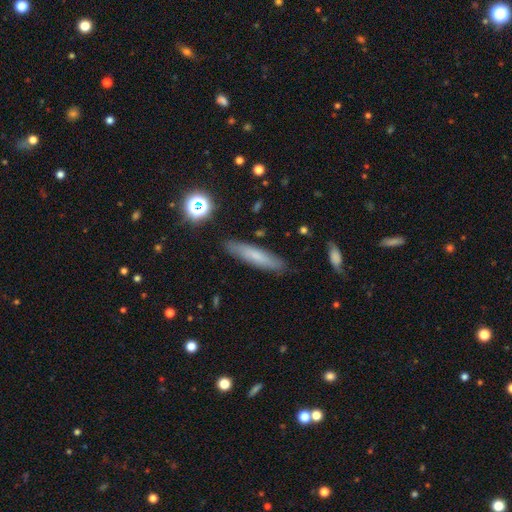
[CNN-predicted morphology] Q: Smooth or featured?
A: smooth (67%); runner-up: featured or disk (24%)
Q: How rounded?
A: cigar-shaped (85%); runner-up: in between (14%)
Q: Merging?
A: none (86%); runner-up: minor disturbance (10%)